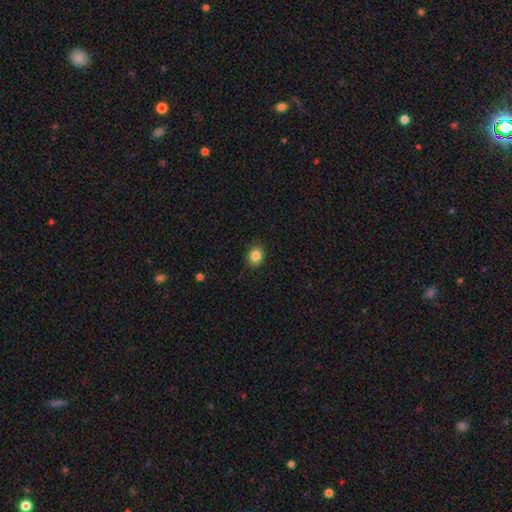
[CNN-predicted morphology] This is clearly a smooth galaxy (85%). How rounded: possibly round (51%). Merging: clearly none (87%).